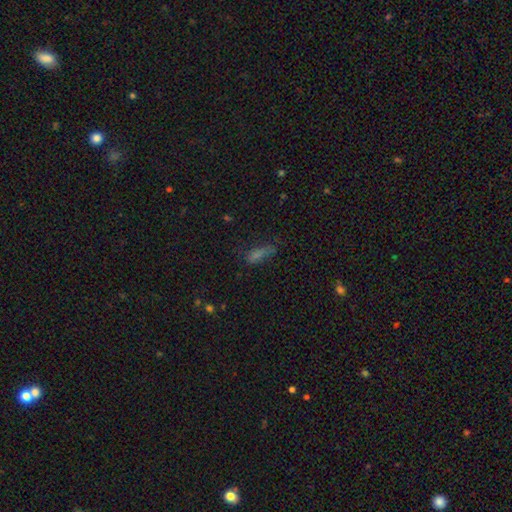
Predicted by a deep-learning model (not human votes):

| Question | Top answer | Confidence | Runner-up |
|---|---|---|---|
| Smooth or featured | smooth | 62% | star or artifact (23%) |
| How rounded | cigar-shaped | 50% | in between (45%) |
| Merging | none | 53% | minor disturbance (28%) |